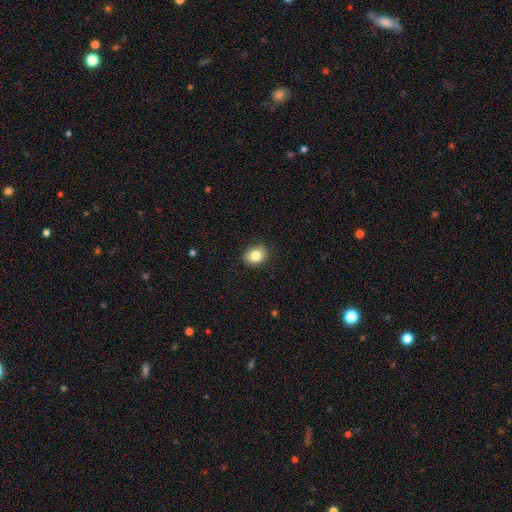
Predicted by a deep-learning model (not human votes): This is clearly a smooth galaxy (83%). How rounded: possibly in between (52%). Merging: clearly none (85%).